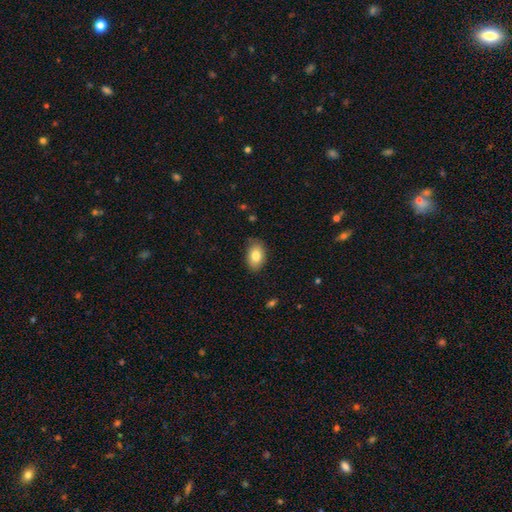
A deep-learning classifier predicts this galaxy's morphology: A smooth galaxy with no disk features (82%) that is in between round and cigar-shaped (90%).

Vote fractions:
- Smooth or featured? smooth: 82% / featured or disk: 10% / star or artifact: 7%
- How rounded? in between: 90% / round: 9% / cigar-shaped: 1%
- Merging? none: 84% / minor disturbance: 13% / major disturbance: 2% / merger: 1%